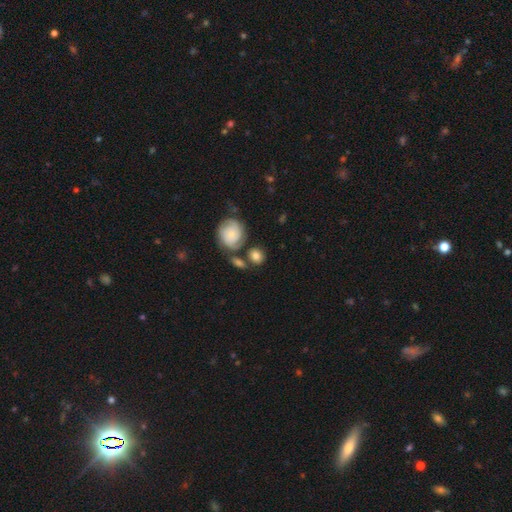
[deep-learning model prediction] This is likely a smooth galaxy (64%). How rounded: likely round (70%). Merging: likely none (61%).